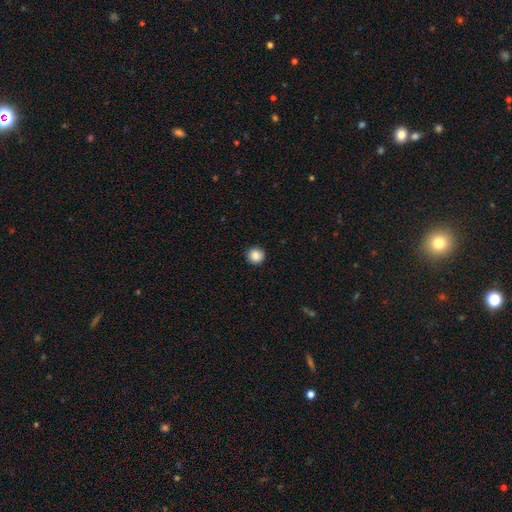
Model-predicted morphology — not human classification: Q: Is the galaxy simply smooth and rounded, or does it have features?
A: smooth — 87%.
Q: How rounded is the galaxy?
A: round — 93%.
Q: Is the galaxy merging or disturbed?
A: none — 91%.